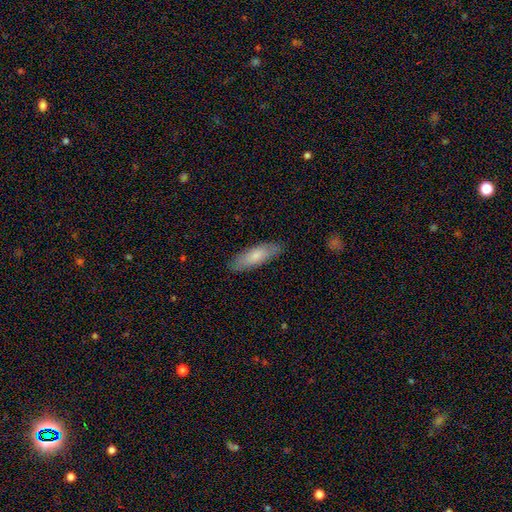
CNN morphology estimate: smooth_or_featured: smooth (p=0.76) [alt: featured or disk p=0.18]
how_rounded: cigar-shaped (p=0.51) [alt: in between p=0.47]
merging: none (p=0.85) [alt: minor disturbance p=0.11]